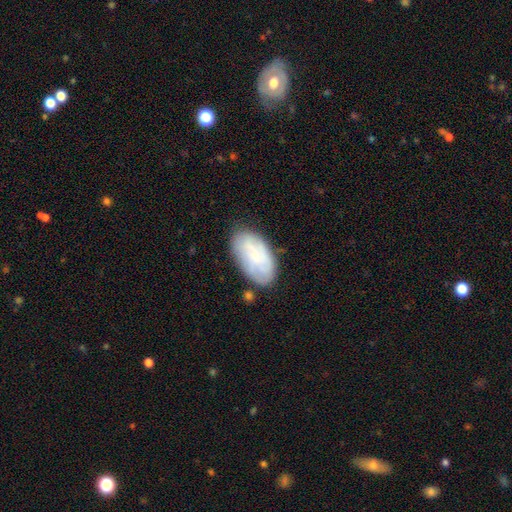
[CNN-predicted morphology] type=smooth (55%); roundness=in between (94%); merging=none (69%).